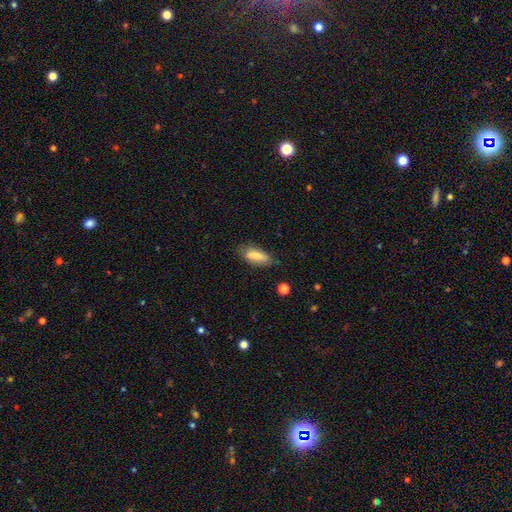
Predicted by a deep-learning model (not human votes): Smooth or featured: smooth — 78% (featured or disk — 15%)
How rounded: in between — 73% (cigar-shaped — 25%)
Merging: none — 73% (minor disturbance — 21%)